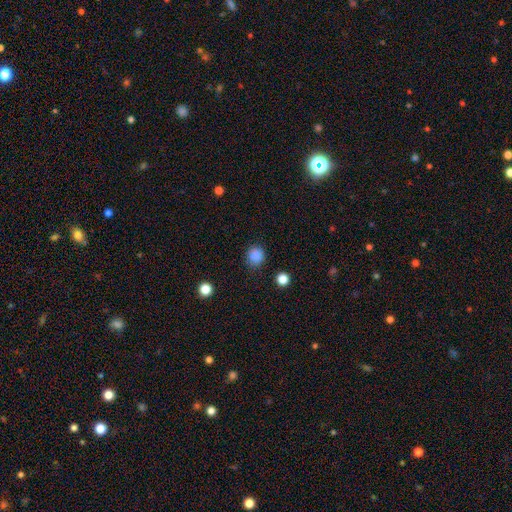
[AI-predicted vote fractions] The model was most divided on "smooth or featured": smooth: 86%, star or artifact: 11%, featured or disk: 3%. More confident: how rounded — round (88%); merging — none (85%).